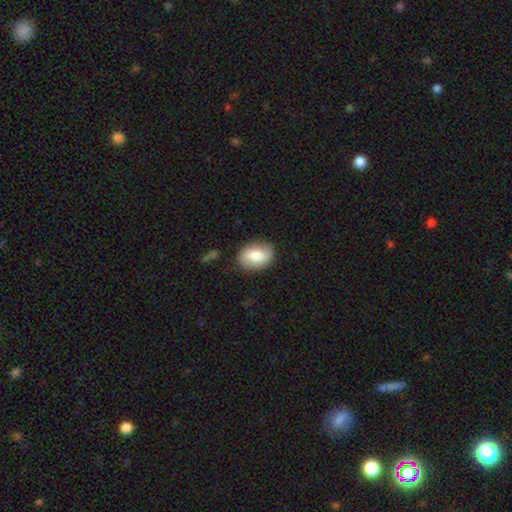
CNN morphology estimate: This appears to be a smooth galaxy with no disk features (74%) that is in between round and cigar-shaped (78%). Merging: none (85%).